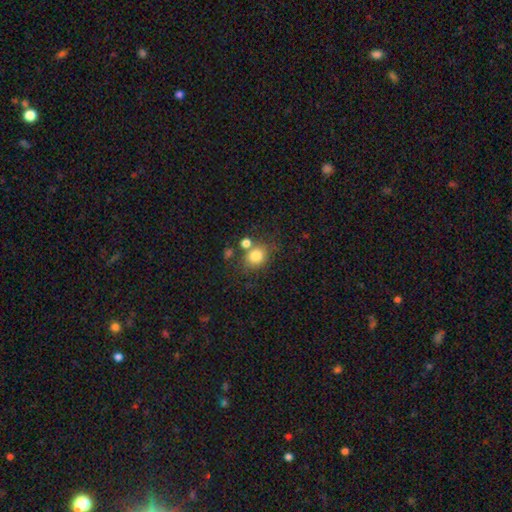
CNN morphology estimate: smooth_or_featured: smooth (p=0.80) [alt: star or artifact p=0.12]
how_rounded: round (p=0.67) [alt: in between p=0.32]
merging: none (p=0.64) [alt: merger p=0.18]